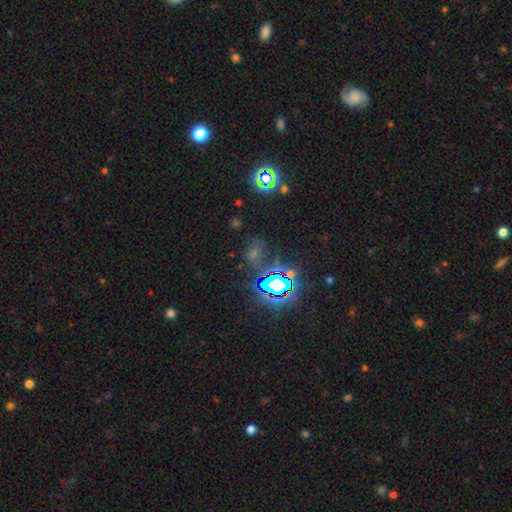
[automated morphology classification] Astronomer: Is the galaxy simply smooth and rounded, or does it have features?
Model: star or artifact — 67%.